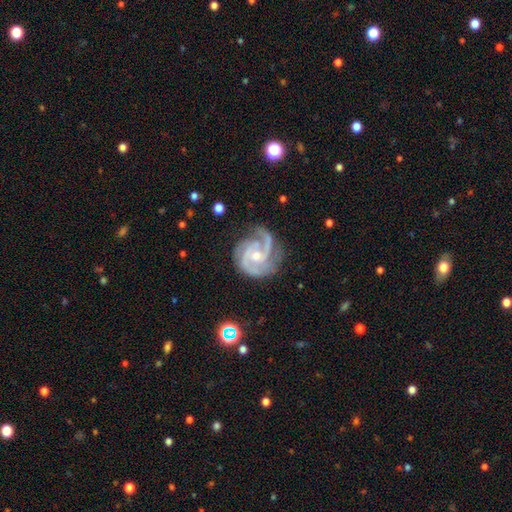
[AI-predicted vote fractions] Morphology: type=featured or disk (93%); edge-on=no (98%); bar=no (62%); spiral arms=yes (98%); winding=medium (49%); arm count=3 (56%); bulge=small (50%); merging=none (69%).